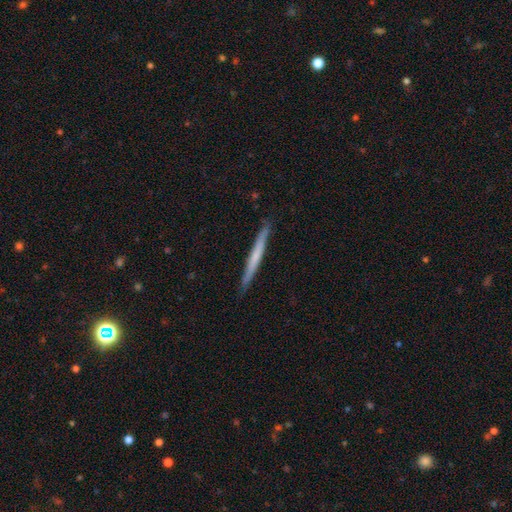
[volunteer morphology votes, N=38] type=smooth (50%, tied with featured or disk); roundness=cigar-shaped (95%); merging=none (87%).